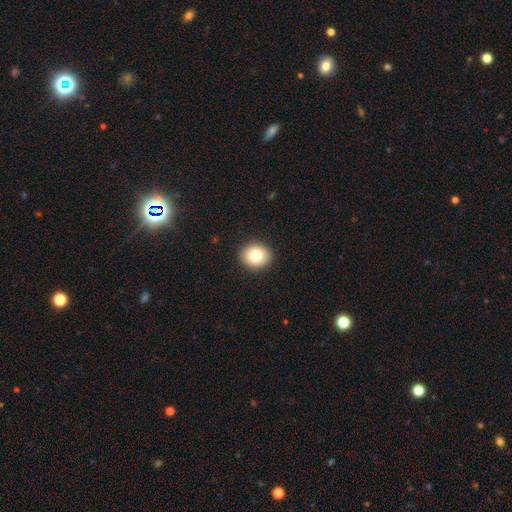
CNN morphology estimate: Q: Smooth or featured?
A: smooth (81%); runner-up: featured or disk (10%)
Q: How rounded?
A: round (73%); runner-up: in between (26%)
Q: Merging?
A: none (92%); runner-up: minor disturbance (6%)